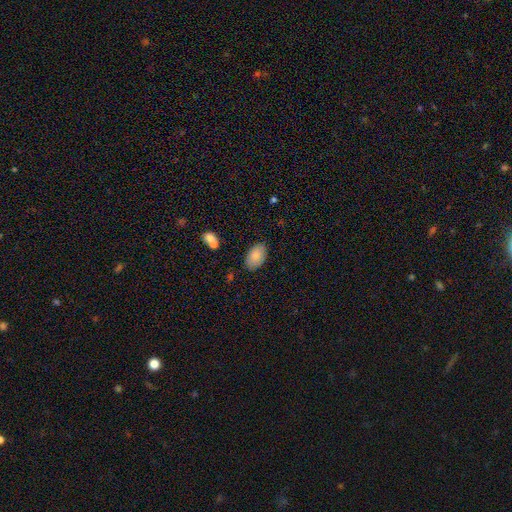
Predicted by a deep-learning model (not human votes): smooth_or_featured: smooth (p=0.84) [alt: featured or disk p=0.10]
how_rounded: in between (p=0.93) [alt: round p=0.05]
merging: none (p=0.83) [alt: minor disturbance p=0.12]